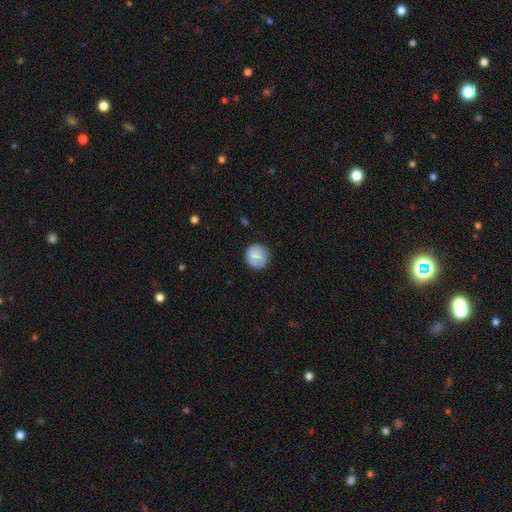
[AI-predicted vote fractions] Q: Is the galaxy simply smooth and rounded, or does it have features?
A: smooth — 80%.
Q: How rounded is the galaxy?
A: round — 91%.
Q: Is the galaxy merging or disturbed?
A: none — 82%.